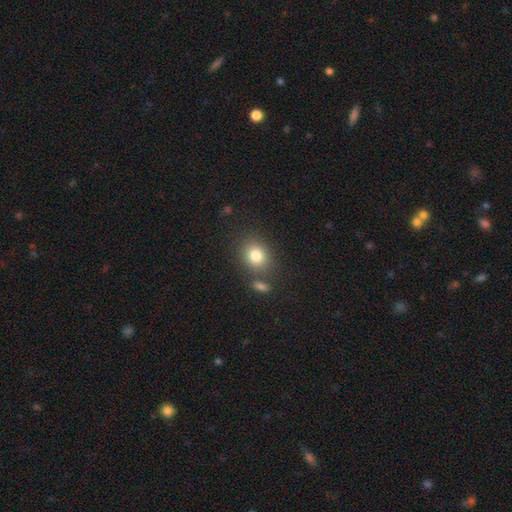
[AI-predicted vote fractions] Smooth or featured: smooth — 81% (star or artifact — 11%)
How rounded: round — 64% (in between — 35%)
Merging: none — 73% (merger — 12%)